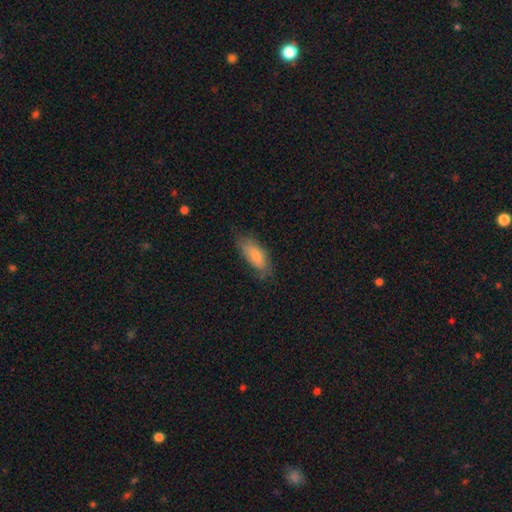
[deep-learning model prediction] smooth-or-featured: smooth: 77% | featured or disk: 17% | star or artifact: 6%
  how-rounded: in between: 81% | cigar-shaped: 17% | round: 2%
  merging: none: 66% | minor disturbance: 26% | major disturbance: 7% | merger: 1%